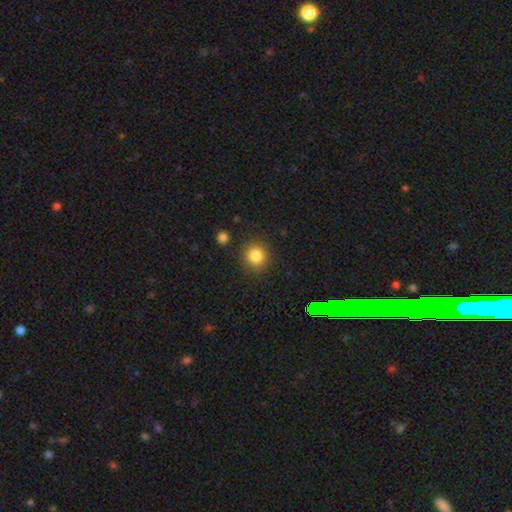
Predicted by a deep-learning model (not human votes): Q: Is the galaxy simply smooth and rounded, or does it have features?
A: smooth — 83%.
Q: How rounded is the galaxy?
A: round — 92%.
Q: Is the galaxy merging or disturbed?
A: none — 88%.